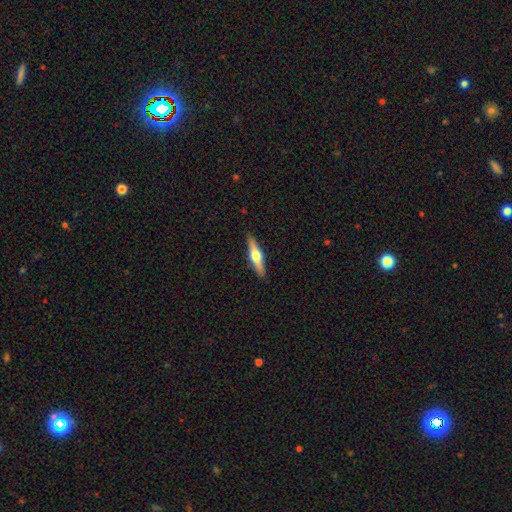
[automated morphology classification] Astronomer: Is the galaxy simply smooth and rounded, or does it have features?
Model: featured or disk — 62%.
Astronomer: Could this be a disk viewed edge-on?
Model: yes — 96%.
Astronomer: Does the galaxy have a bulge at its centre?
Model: rounded — 94%.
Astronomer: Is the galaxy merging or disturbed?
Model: none — 90%.